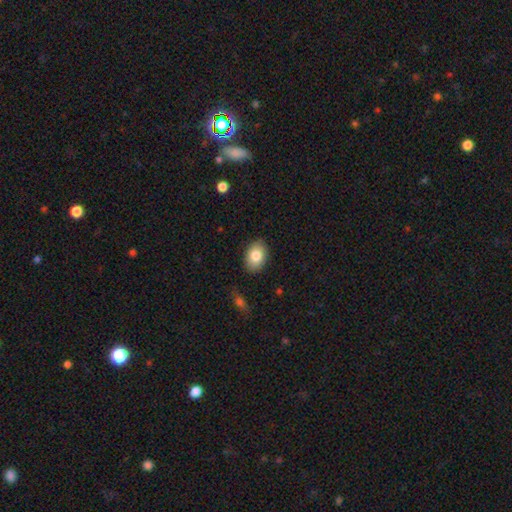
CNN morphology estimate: Smooth or featured: smooth — 83% (featured or disk — 10%)
How rounded: in between — 81% (round — 18%)
Merging: none — 87% (minor disturbance — 10%)